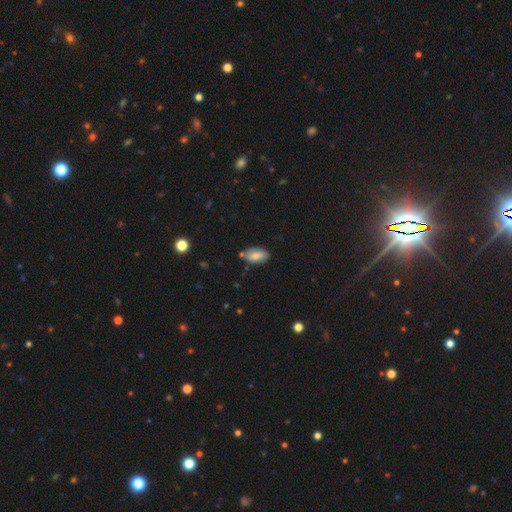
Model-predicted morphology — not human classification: Overall: smooth (79%). How rounded: in between (93%). Merging: none (71%).